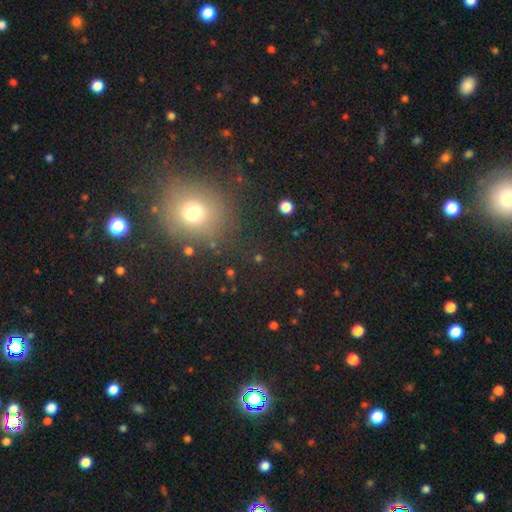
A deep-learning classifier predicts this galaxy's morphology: A smooth galaxy with no disk features (52%) that is round (83%). Merging: none (84%).